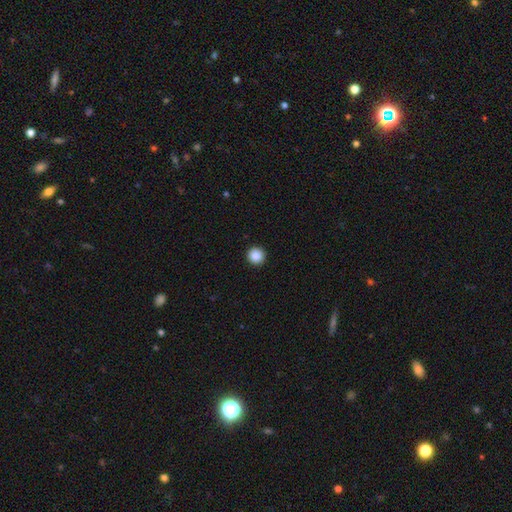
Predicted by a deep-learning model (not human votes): Smooth or featured? Predicted: smooth (p=0.88). How rounded? Predicted: round (p=0.96). Merging? Predicted: none (p=0.93).